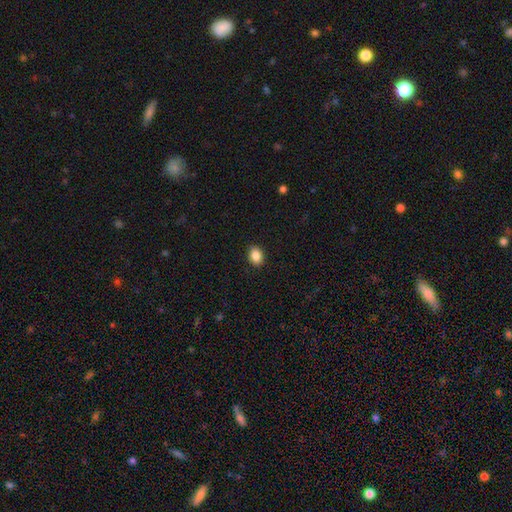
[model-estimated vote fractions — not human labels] A smooth galaxy with no disk features (87%) that is in between round and cigar-shaped (63%).

Vote fractions:
- Smooth or featured? smooth: 87% / star or artifact: 9% / featured or disk: 4%
- How rounded? in between: 63% / round: 36% / cigar-shaped: 1%
- Merging? none: 91% / minor disturbance: 6% / major disturbance: 2% / merger: 1%